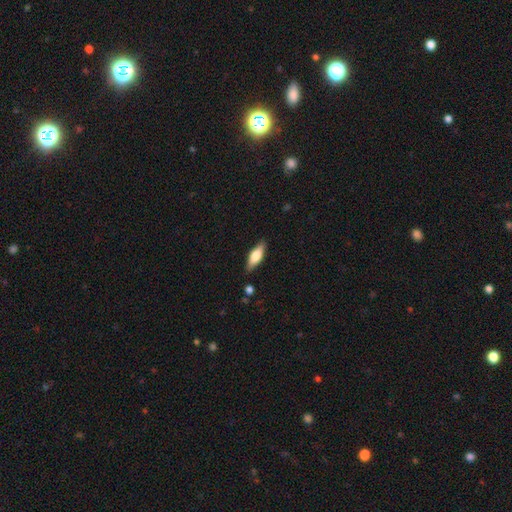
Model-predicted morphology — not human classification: smooth_or_featured: smooth (p=0.63) [alt: featured or disk p=0.31]
how_rounded: in between (p=0.62) [alt: cigar-shaped p=0.36]
merging: none (p=0.84) [alt: minor disturbance p=0.12]